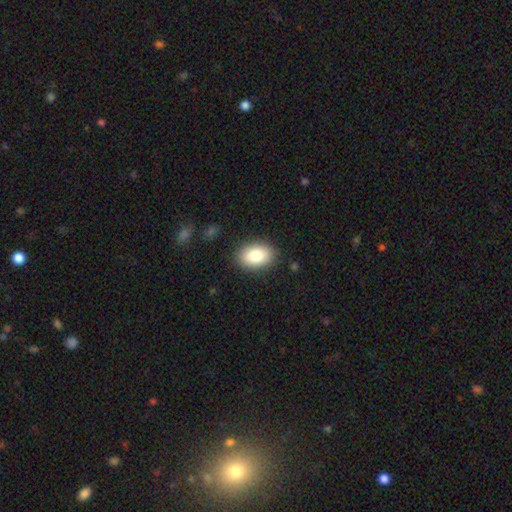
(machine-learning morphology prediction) smooth 83%, featured or disk 9%, star or artifact 7%. Down the decision tree: how rounded — in between (85%); merging — none (87%).